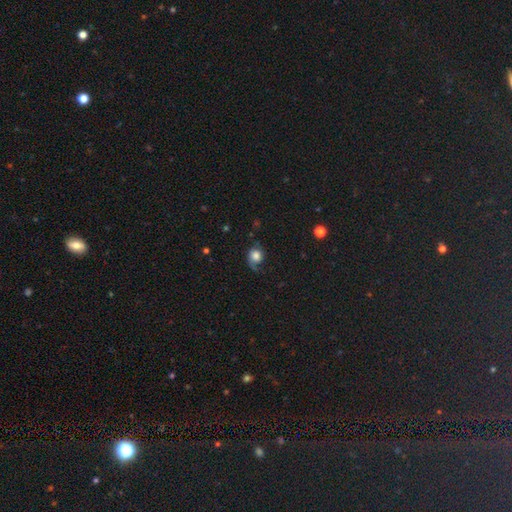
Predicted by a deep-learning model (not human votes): This is likely a smooth galaxy (62%). How rounded: likely round (67%). Merging: possibly none (46%).